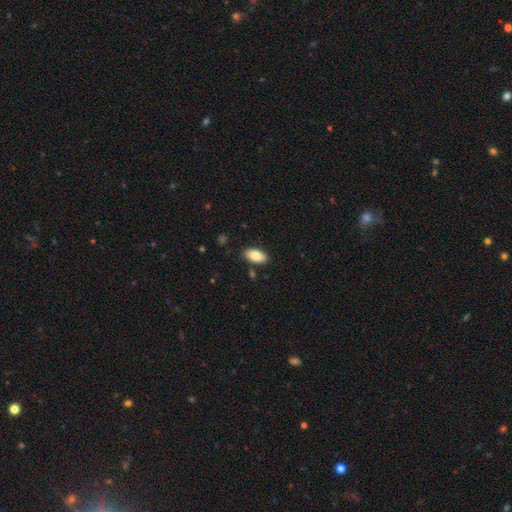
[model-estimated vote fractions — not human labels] smooth 85%, featured or disk 9%, star or artifact 6%. Down the decision tree: how rounded — in between (93%); merging — none (86%).